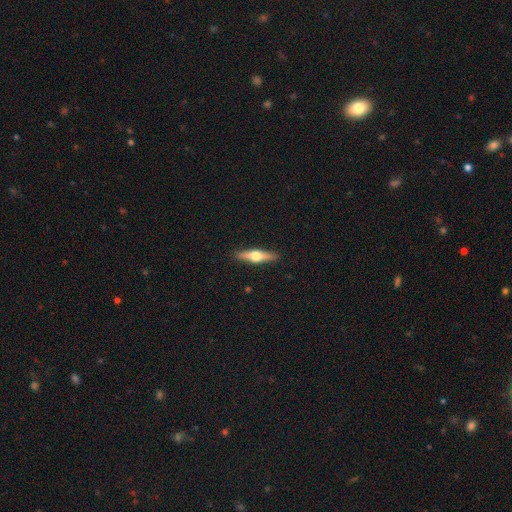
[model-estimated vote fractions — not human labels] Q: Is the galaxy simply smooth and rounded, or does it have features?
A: featured or disk — 60%.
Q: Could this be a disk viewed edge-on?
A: yes — 95%.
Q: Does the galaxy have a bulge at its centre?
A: rounded — 95%.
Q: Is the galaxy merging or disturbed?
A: none — 91%.